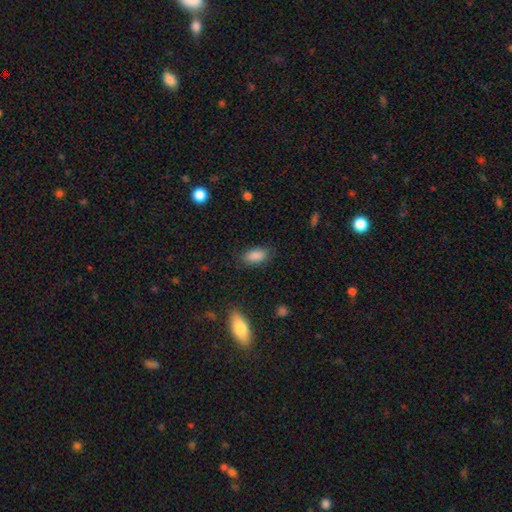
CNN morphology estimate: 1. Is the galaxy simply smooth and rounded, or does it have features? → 87% smooth, 8% star or artifact, 5% featured or disk.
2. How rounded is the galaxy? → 90% in between, 6% cigar-shaped, 4% round.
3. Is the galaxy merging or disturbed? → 82% none, 13% minor disturbance, 4% major disturbance, 1% merger.